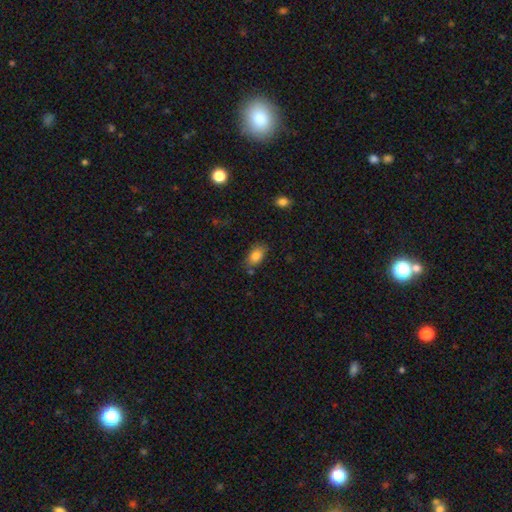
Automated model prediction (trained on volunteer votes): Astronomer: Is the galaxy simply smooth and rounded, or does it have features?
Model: smooth — 83%.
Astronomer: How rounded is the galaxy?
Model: in between — 89%.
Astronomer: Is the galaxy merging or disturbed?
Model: none — 74%.